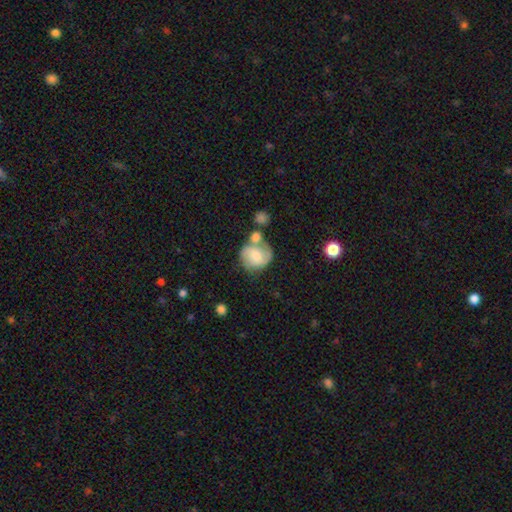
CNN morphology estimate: A smooth galaxy with no disk features (50%) that is round (74%). Merging: none (40%).